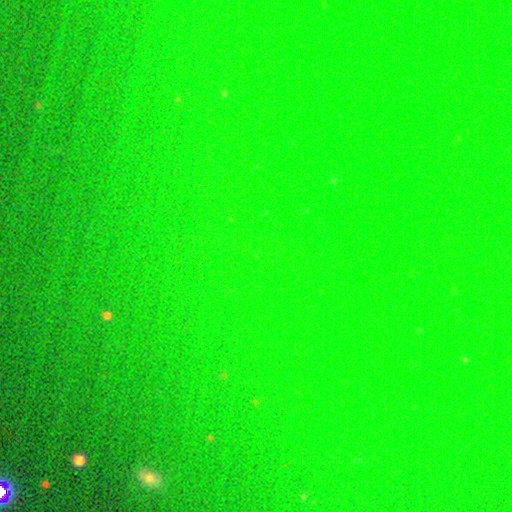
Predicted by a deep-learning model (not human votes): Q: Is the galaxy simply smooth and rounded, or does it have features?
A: star or artifact — 76%.